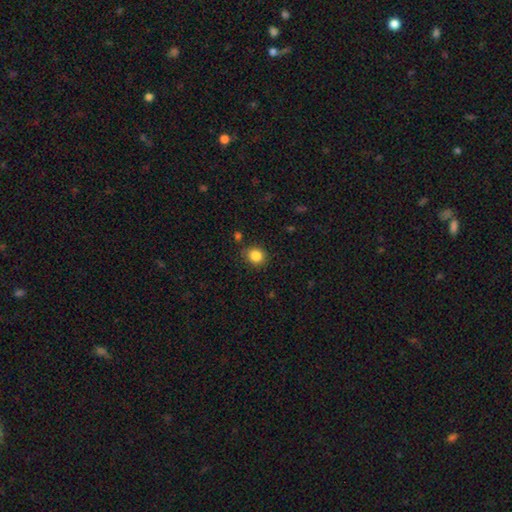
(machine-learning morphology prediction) Smooth or featured?
  - smooth: 85% *
  - star or artifact: 10%
  - featured or disk: 4%
How rounded?
  - round: 80% *
  - in between: 19%
  - cigar-shaped: 1%
Merging?
  - none: 84% *
  - minor disturbance: 11%
  - major disturbance: 3%
  - merger: 3%